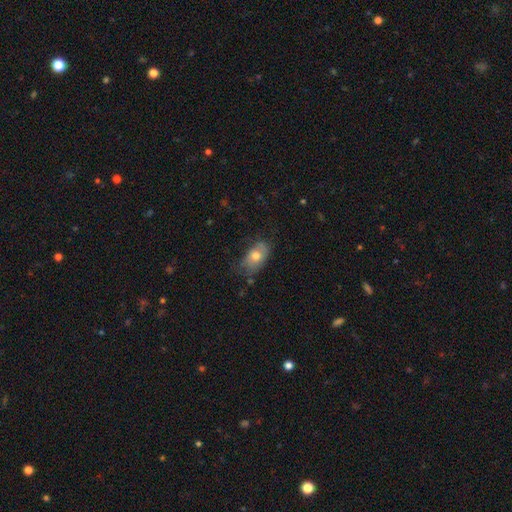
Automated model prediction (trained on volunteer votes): Q: Smooth or featured?
A: smooth (67%); runner-up: featured or disk (25%)
Q: How rounded?
A: in between (89%); runner-up: round (9%)
Q: Merging?
A: none (55%); runner-up: minor disturbance (32%)